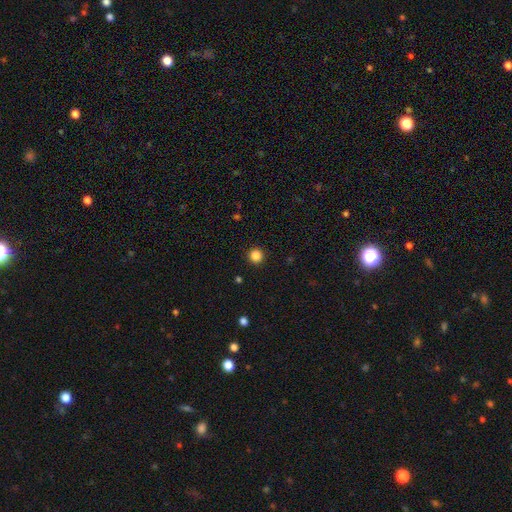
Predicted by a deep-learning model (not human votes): The model was most divided on "smooth or featured": smooth: 85%, star or artifact: 12%, featured or disk: 3%. More confident: how rounded — round (96%); merging — none (93%).